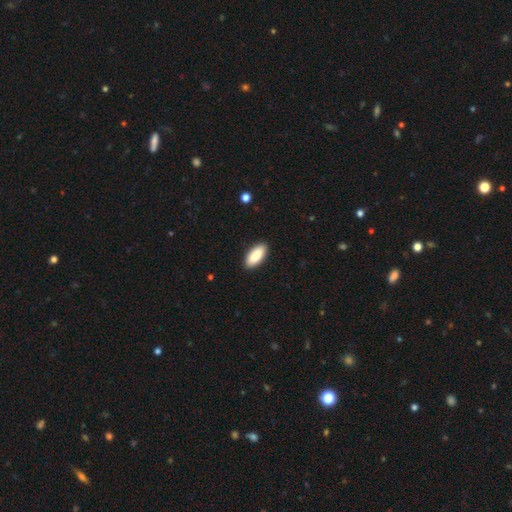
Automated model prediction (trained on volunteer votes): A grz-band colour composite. It shows a smooth galaxy with no disk features (89%) that is in between round and cigar-shaped (87%). Merging: none (90%).